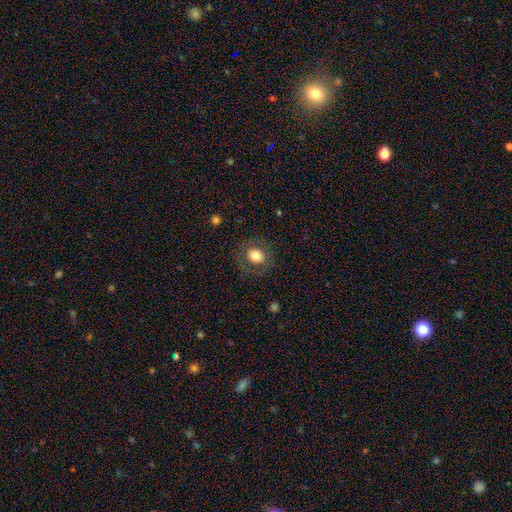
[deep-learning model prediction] smooth_or_featured: smooth (p=0.76) [alt: featured or disk p=0.15]
how_rounded: round (p=0.79) [alt: in between p=0.20]
merging: none (p=0.84) [alt: minor disturbance p=0.10]